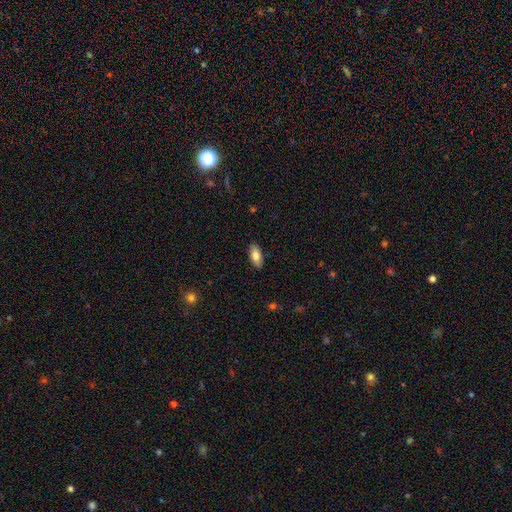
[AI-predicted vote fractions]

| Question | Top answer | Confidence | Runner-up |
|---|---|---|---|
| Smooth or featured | smooth | 80% | featured or disk (14%) |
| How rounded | in between | 88% | cigar-shaped (10%) |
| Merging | none | 89% | minor disturbance (9%) |